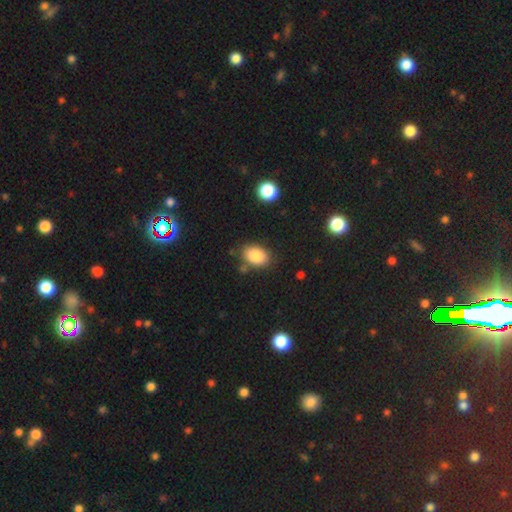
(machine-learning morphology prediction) Q: Smooth or featured?
A: smooth (86%); runner-up: star or artifact (8%)
Q: How rounded?
A: in between (83%); runner-up: round (16%)
Q: Merging?
A: none (78%); runner-up: minor disturbance (14%)